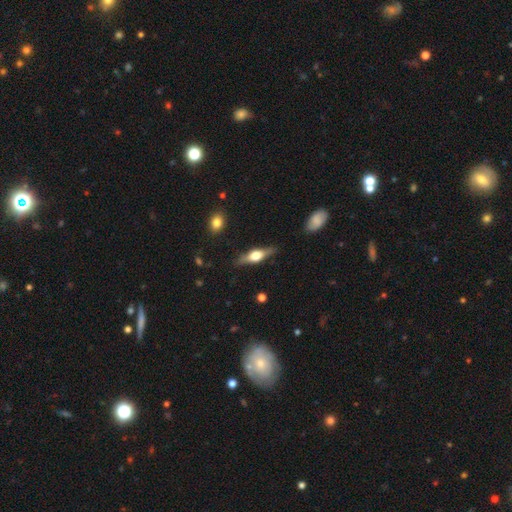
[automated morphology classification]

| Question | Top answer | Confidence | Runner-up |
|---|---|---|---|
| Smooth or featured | featured or disk | 62% | smooth (32%) |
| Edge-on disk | yes | 94% | no (6%) |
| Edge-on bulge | rounded | 92% | boxy (6%) |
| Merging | none | 84% | minor disturbance (12%) |